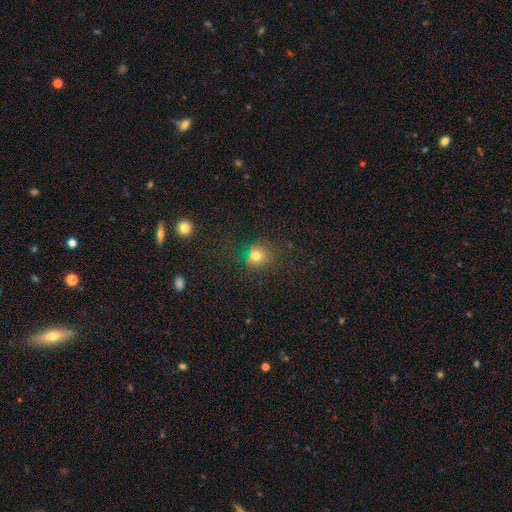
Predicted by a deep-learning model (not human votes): This appears to be a smooth galaxy with no disk features (74%) that is round (78%). Merging: none (74%).